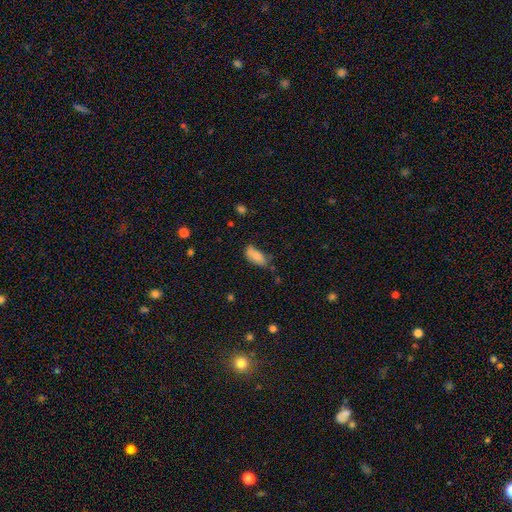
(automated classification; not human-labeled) Smooth or featured? Predicted: smooth (p=0.81). How rounded? Predicted: in between (p=0.85). Merging? Predicted: none (p=0.52).